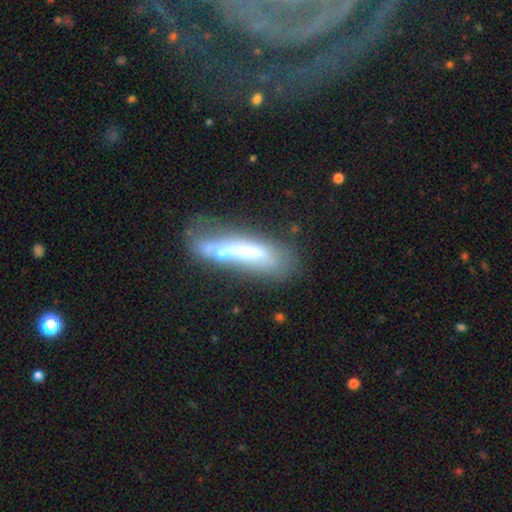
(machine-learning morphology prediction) smooth-or-featured: featured or disk: 46% | smooth: 44% | star or artifact: 10%
  merging: none: 45% | minor disturbance: 22% | major disturbance: 19% | merger: 15%